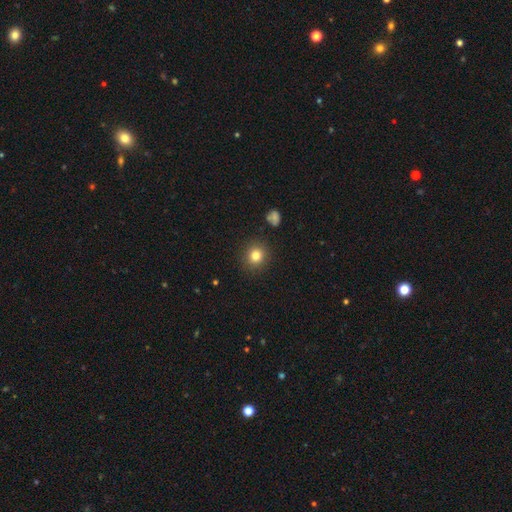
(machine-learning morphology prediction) Overall: smooth (81%). How rounded: round (89%). Merging: none (90%).